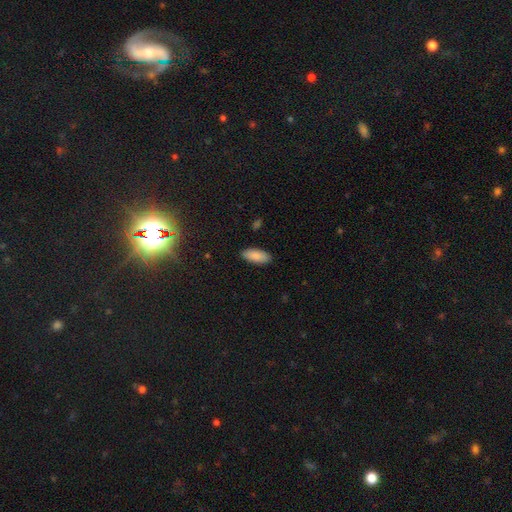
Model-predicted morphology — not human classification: This is clearly a smooth galaxy (89%). How rounded: clearly in between (85%). Merging: clearly none (88%).